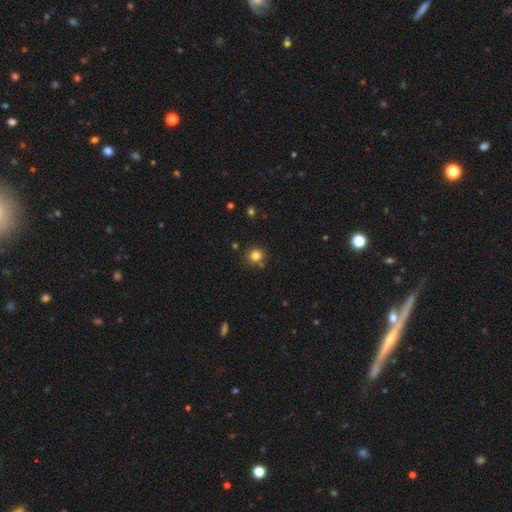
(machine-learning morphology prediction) Overall: smooth (81%). How rounded: round (92%). Merging: none (81%).